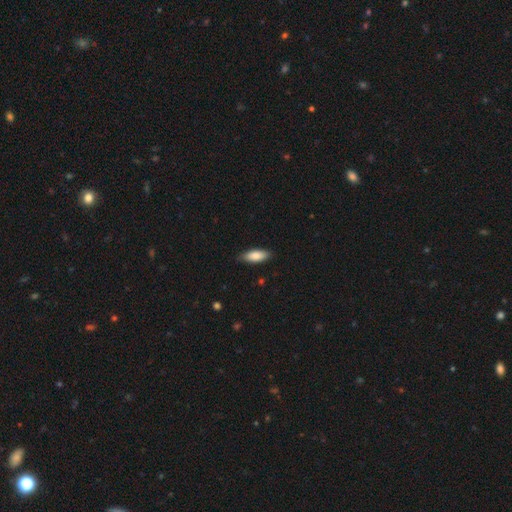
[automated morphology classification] This appears to be a smooth galaxy with no disk features (82%) that is in between round and cigar-shaped (75%). Merging: none (84%).